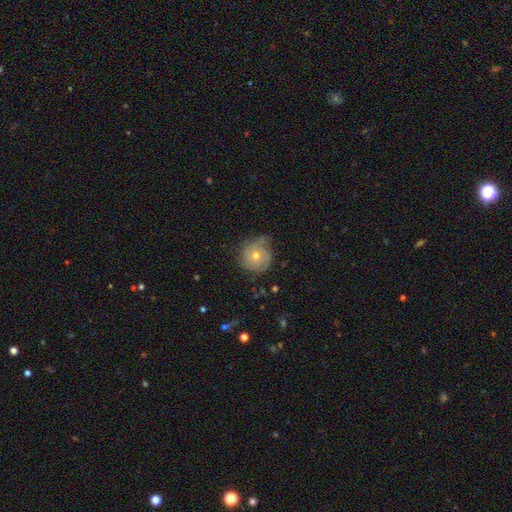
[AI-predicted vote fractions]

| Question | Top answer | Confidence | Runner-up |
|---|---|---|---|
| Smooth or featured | featured or disk | 58% | smooth (32%) |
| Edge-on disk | no | 96% | yes (4%) |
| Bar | no | 85% | weak (12%) |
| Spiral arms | yes | 81% | no (19%) |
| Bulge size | moderate | 58% | small (38%) |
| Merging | none | 65% | minor disturbance (25%) |